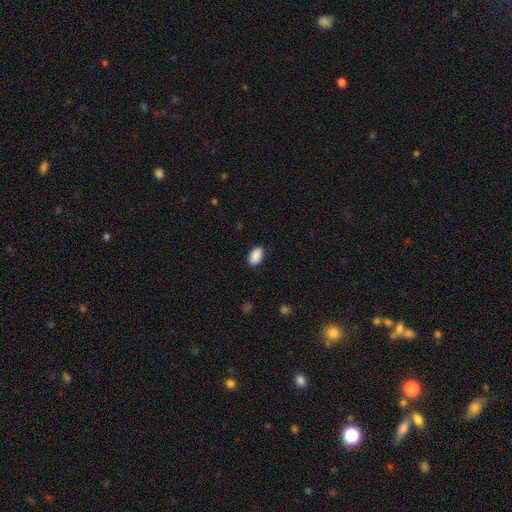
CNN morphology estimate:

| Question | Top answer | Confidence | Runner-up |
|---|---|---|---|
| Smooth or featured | smooth | 90% | star or artifact (7%) |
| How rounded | in between | 93% | round (5%) |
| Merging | none | 87% | minor disturbance (10%) |